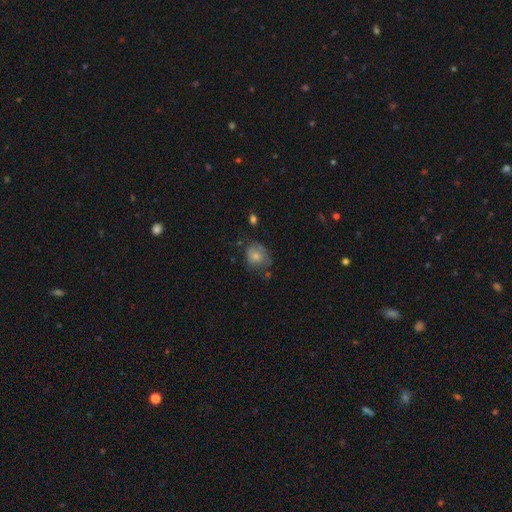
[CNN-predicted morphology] Smooth or featured?
  - smooth: 71% *
  - featured or disk: 19%
  - star or artifact: 10%
How rounded?
  - round: 59% *
  - in between: 40%
  - cigar-shaped: 1%
Merging?
  - none: 50% *
  - minor disturbance: 32%
  - major disturbance: 14%
  - merger: 5%